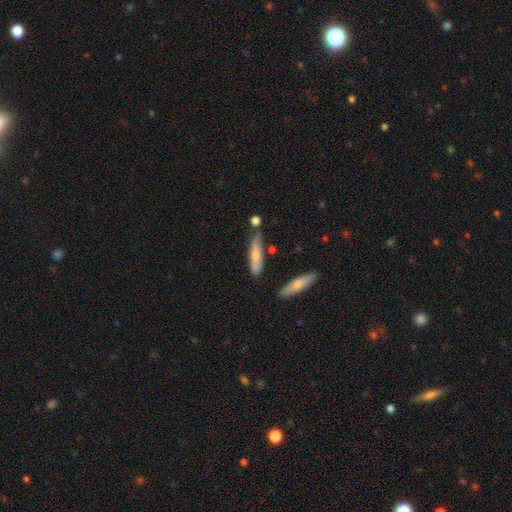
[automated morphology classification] Smooth or featured? smooth (66%)
How rounded? cigar-shaped (76%)
Merging? none (65%)